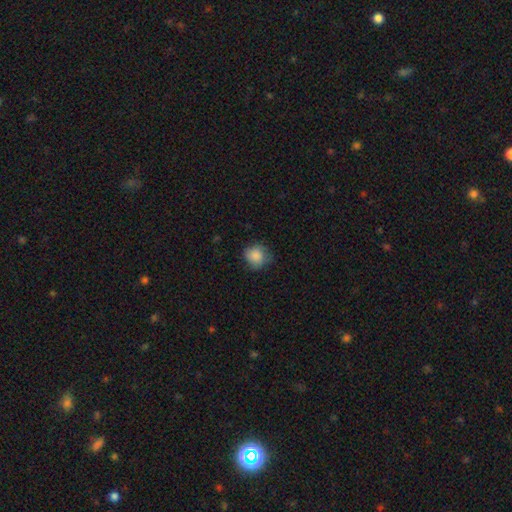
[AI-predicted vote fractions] smooth 84%, featured or disk 8%, star or artifact 8%. Down the decision tree: how rounded — round (83%); merging — none (68%).